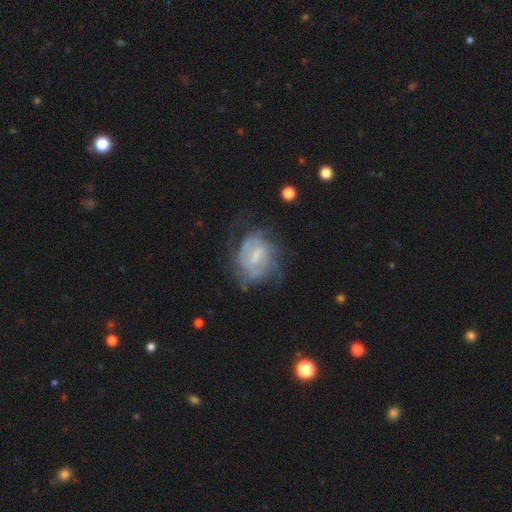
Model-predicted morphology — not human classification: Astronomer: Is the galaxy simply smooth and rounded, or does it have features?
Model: featured or disk — 74%.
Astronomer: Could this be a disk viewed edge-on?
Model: no — 97%.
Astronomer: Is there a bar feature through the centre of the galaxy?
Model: weak — 56%.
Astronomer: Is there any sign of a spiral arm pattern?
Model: yes — 80%.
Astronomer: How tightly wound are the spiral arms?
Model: tight — 52% (runner-up: medium, 35%).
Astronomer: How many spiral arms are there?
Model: can't tell — 48% (runner-up: 2, 26%).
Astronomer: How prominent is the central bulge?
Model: small — 45% (runner-up: moderate, 30%).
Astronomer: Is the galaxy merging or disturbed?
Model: none — 56%.